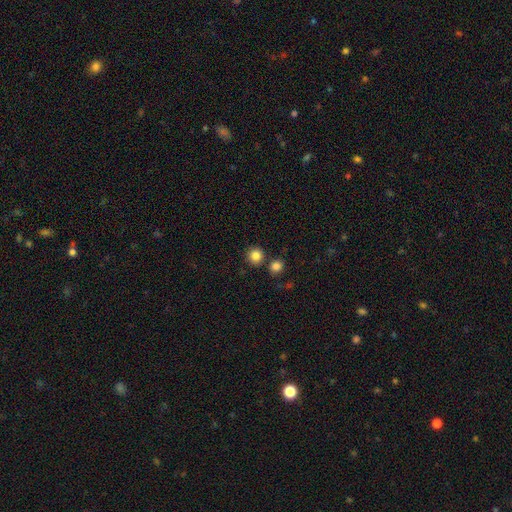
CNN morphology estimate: A smooth galaxy with no disk features (84%) that is round (92%).

Vote fractions:
- Smooth or featured? smooth: 84% / star or artifact: 11% / featured or disk: 5%
- How rounded? round: 92% / in between: 7% / cigar-shaped: 1%
- Merging? none: 80% / merger: 10% / minor disturbance: 7% / major disturbance: 2%